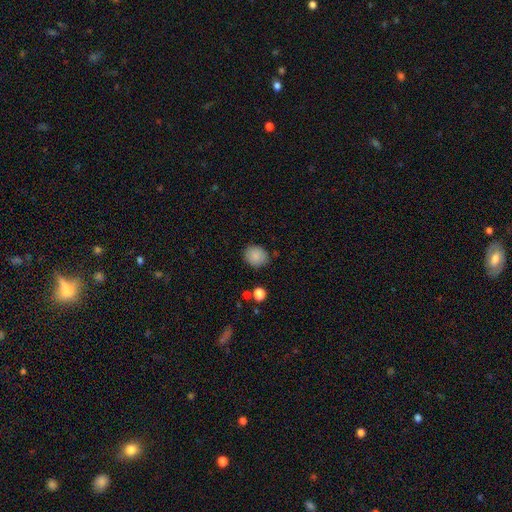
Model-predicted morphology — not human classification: Overall: smooth (86%). How rounded: round (68%; in between 31%). Merging: none (82%).